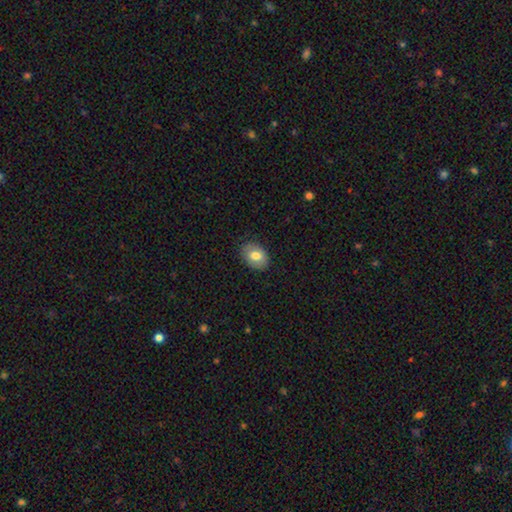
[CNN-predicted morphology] This is likely a smooth galaxy (77%). How rounded: clearly in between (80%). Merging: clearly none (85%).